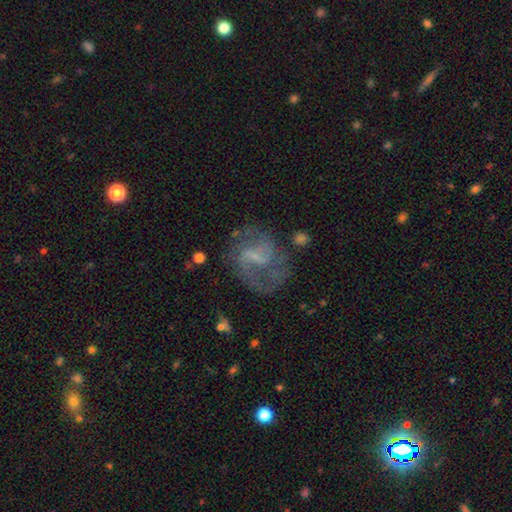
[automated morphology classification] Smooth or featured?
  - featured or disk: 76% *
  - smooth: 15%
  - star or artifact: 9%
Edge-on disk?
  - no: 97% *
  - yes: 3%
Bar?
  - weak: 53% *
  - strong: 26%
  - no: 22%
Spiral arms?
  - yes: 87% *
  - no: 13%
Spiral winding?
  - medium: 48% *
  - loose: 34%
  - tight: 18%
Spiral arm count?
  - 2: 72% *
  - can't tell: 12%
  - 1: 8%
  - 3: 4%
  - 4: 2%
  - more than 4: 2%
Bulge size?
  - none: 42% *
  - small: 38%
  - moderate: 15%
  - large: 3%
  - dominant: 1%
Merging?
  - none: 58% *
  - major disturbance: 19%
  - minor disturbance: 19%
  - merger: 3%